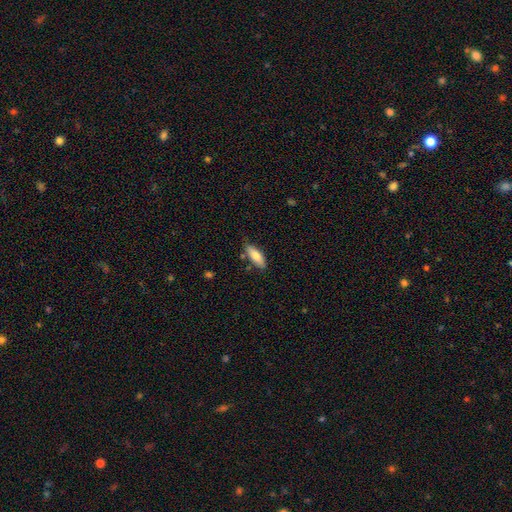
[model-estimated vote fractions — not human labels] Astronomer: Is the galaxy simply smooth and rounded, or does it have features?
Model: smooth — 76%.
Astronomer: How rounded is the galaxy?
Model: in between — 61% (runner-up: cigar-shaped, 37%).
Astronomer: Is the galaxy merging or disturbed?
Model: none — 80%.